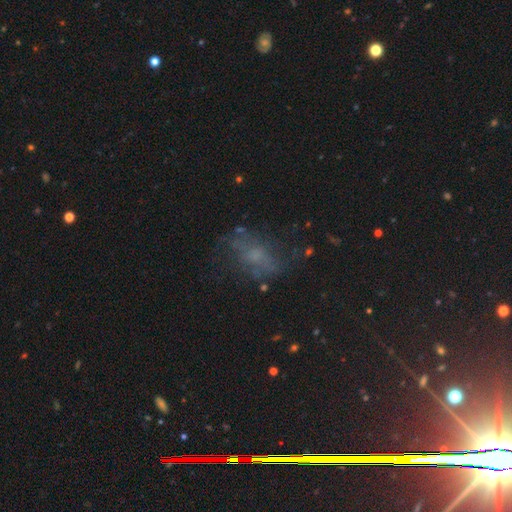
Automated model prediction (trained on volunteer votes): The model was most divided on "smooth or featured" (2-way tie): featured or disk: 38%, smooth: 38%, star or artifact: 24%. More confident: merging — none (53%).